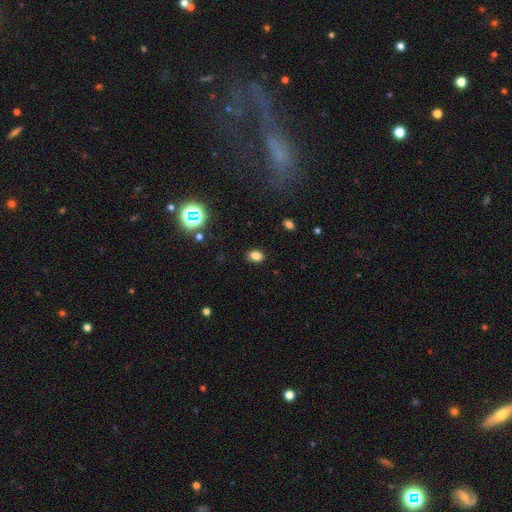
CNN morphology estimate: This appears to be a smooth galaxy with no disk features (80%) that is in between round and cigar-shaped (75%). Merging: none (87%).